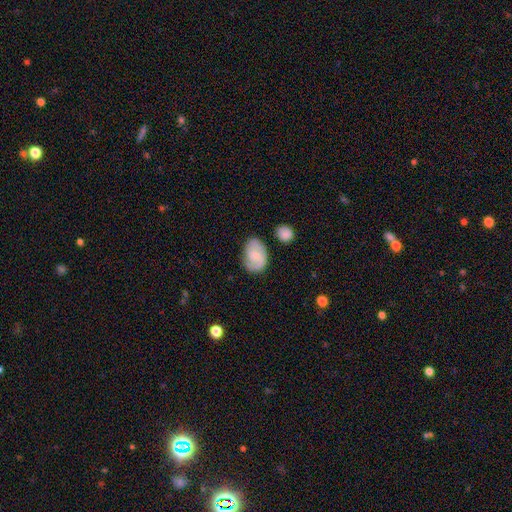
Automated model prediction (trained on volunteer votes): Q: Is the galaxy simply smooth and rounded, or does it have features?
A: smooth — 49%.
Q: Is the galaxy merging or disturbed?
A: none — 66%.